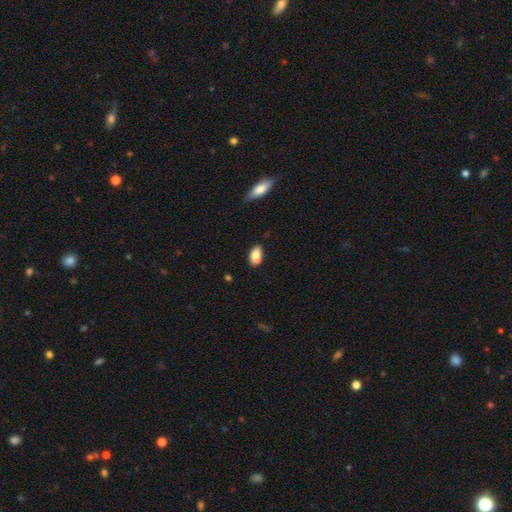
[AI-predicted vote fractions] This appears to be a smooth galaxy with no disk features (81%) that is in between round and cigar-shaped (90%). Merging: none (62%).